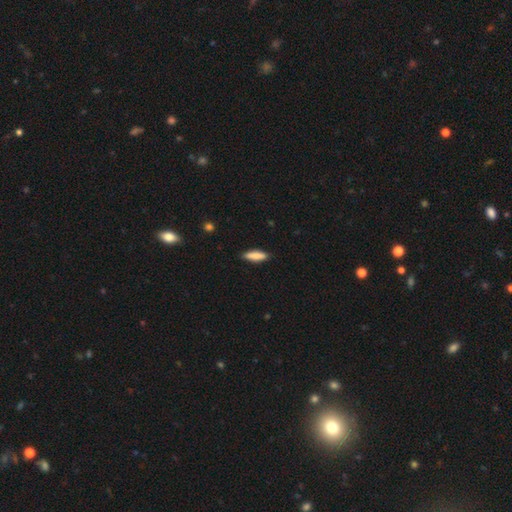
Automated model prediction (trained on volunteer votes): Morphology: type=smooth (83%); roundness=cigar-shaped (61%); merging=none (87%).